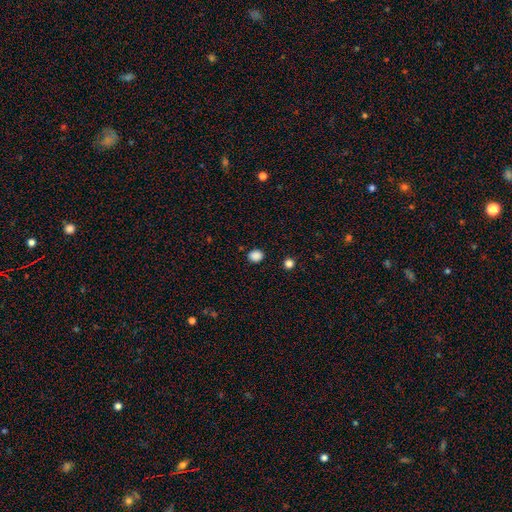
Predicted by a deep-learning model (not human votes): Smooth or featured: smooth — 86% (star or artifact — 11%)
How rounded: round — 66% (in between — 33%)
Merging: none — 88% (minor disturbance — 8%)